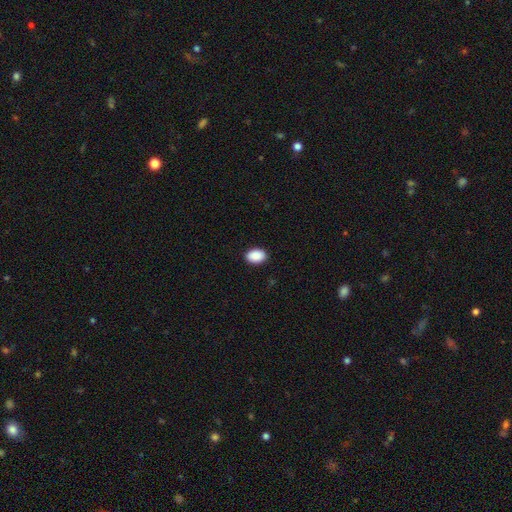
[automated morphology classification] smooth_or_featured: smooth (p=0.91) [alt: star or artifact p=0.07]
how_rounded: in between (p=0.83) [alt: round p=0.16]
merging: none (p=0.90) [alt: minor disturbance p=0.08]